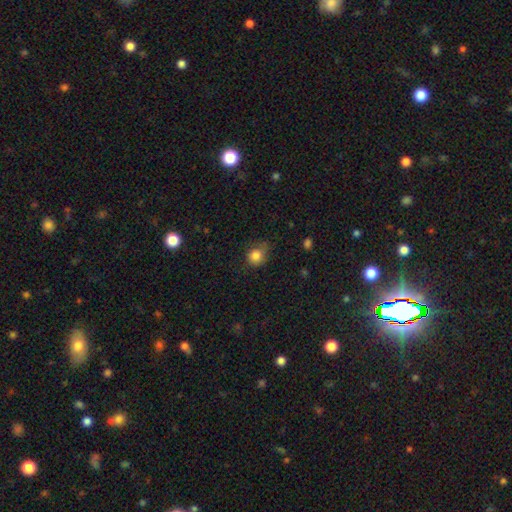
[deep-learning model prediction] Morphology: type=smooth (83%); roundness=round (73%); merging=none (60%).